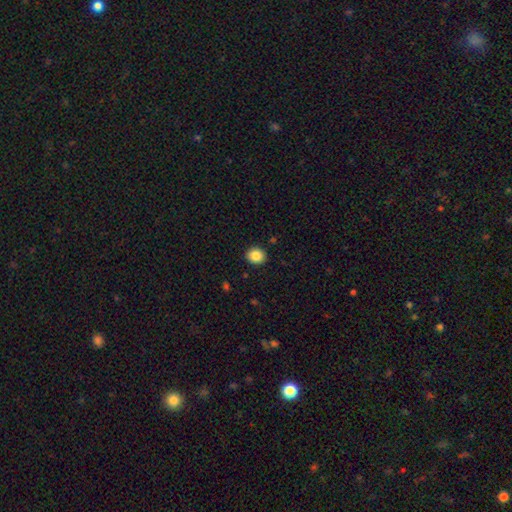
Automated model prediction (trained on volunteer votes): Smooth or featured? smooth (86%)
How rounded? round (70%)
Merging? none (91%)